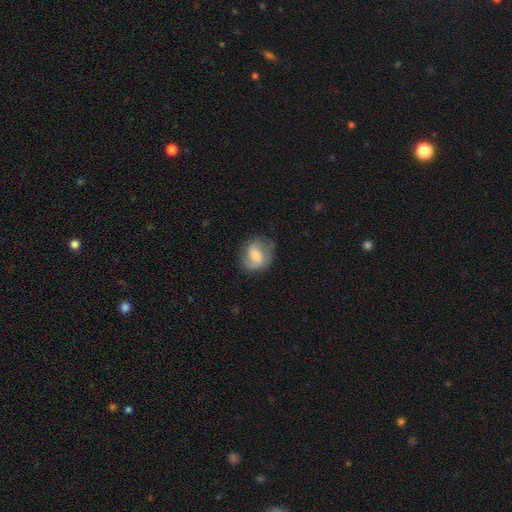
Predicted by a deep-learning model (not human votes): This appears to be a smooth galaxy with no disk features (49%). Merging: none (71%).